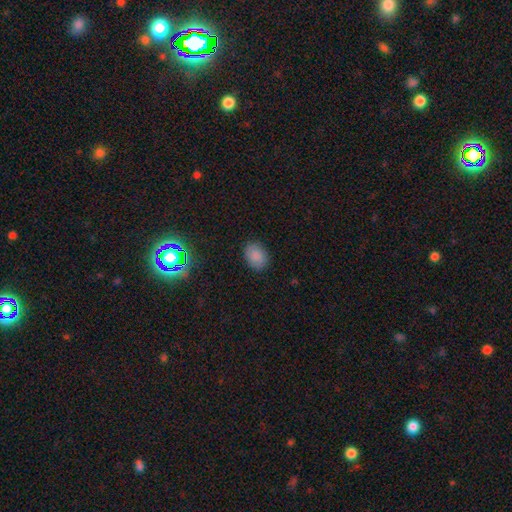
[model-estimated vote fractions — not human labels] Smooth or featured? Predicted: smooth (p=0.85). How rounded? Predicted: in between (p=0.68). Merging? Predicted: none (p=0.86).